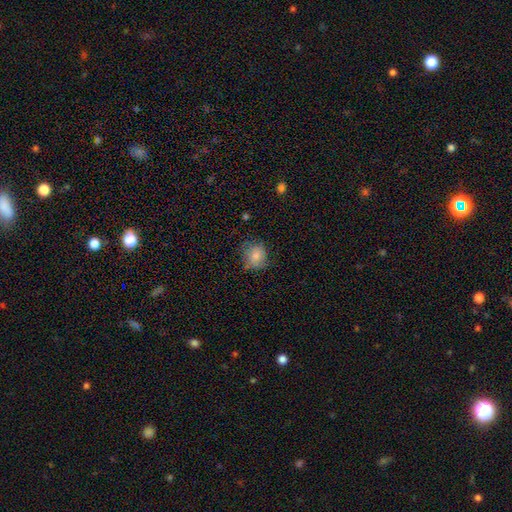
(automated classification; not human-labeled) Smooth or featured? smooth (80%)
How rounded? round (72%)
Merging? none (66%)